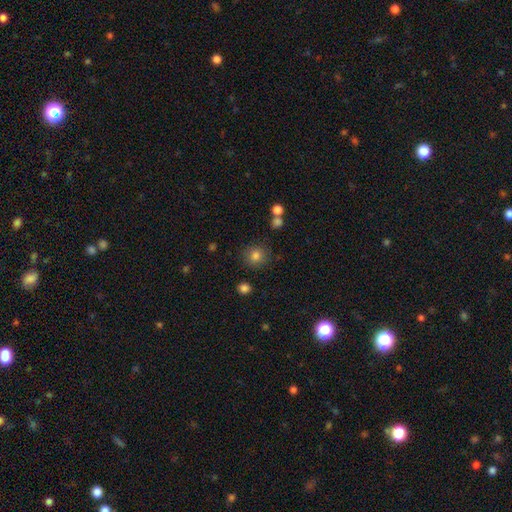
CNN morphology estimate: Smooth or featured?
  - smooth: 82% *
  - star or artifact: 11%
  - featured or disk: 7%
How rounded?
  - round: 87% *
  - in between: 12%
  - cigar-shaped: 1%
Merging?
  - none: 85% *
  - minor disturbance: 9%
  - merger: 3%
  - major disturbance: 3%